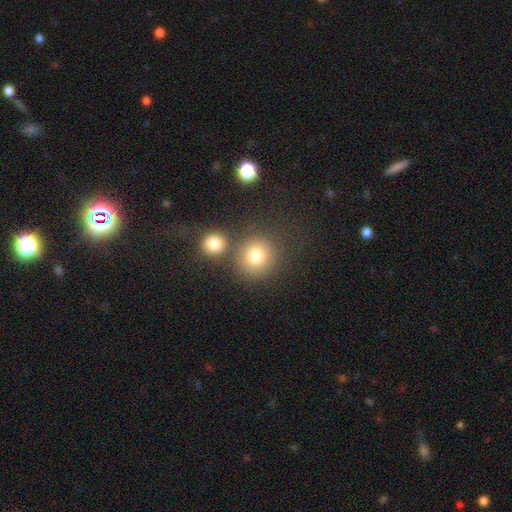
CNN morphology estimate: Smooth or featured: smooth — 79% (star or artifact — 12%)
How rounded: round — 88% (in between — 11%)
Merging: none — 68% (merger — 20%)